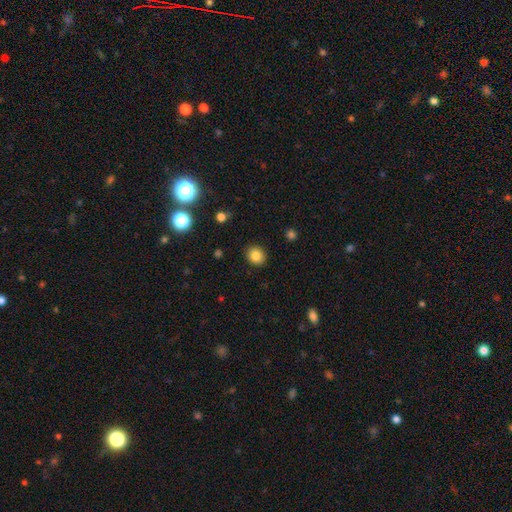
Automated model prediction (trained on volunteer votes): Q: Smooth or featured?
A: smooth (83%); runner-up: star or artifact (11%)
Q: How rounded?
A: round (78%); runner-up: in between (21%)
Q: Merging?
A: none (90%); runner-up: minor disturbance (7%)